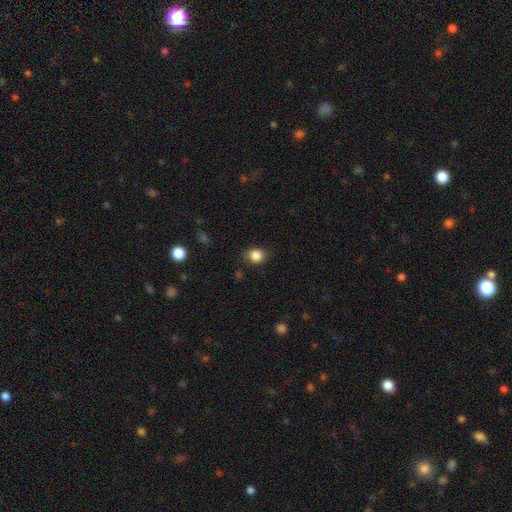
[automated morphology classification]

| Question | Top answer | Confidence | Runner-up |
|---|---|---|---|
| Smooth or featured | smooth | 85% | star or artifact (10%) |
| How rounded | round | 64% | in between (35%) |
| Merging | none | 80% | minor disturbance (15%) |